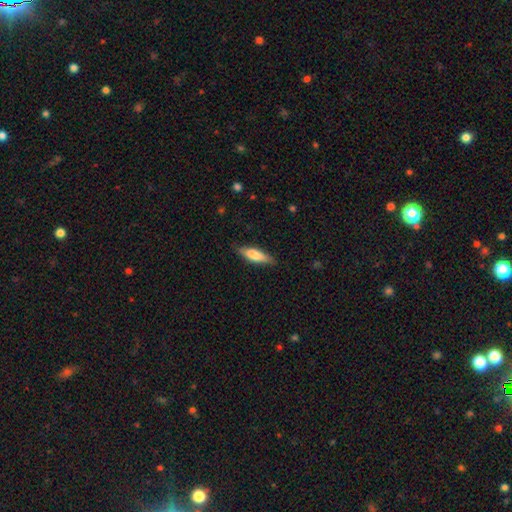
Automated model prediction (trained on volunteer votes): Q: Smooth or featured?
A: smooth (75%); runner-up: featured or disk (19%)
Q: How rounded?
A: cigar-shaped (61%); runner-up: in between (38%)
Q: Merging?
A: none (83%); runner-up: minor disturbance (14%)